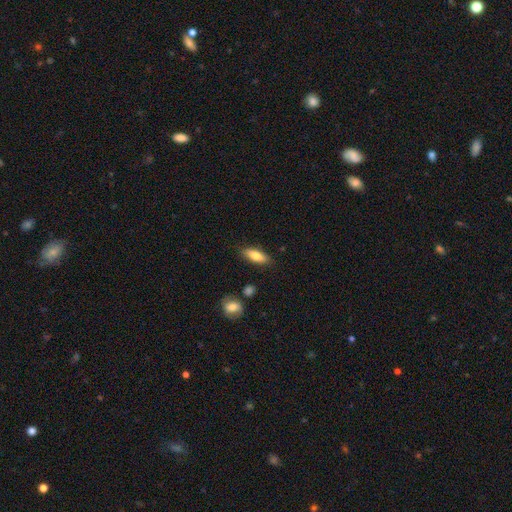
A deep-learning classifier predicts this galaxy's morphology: Overall: smooth (77%). How rounded: in between (67%; cigar-shaped 31%). Merging: none (84%).